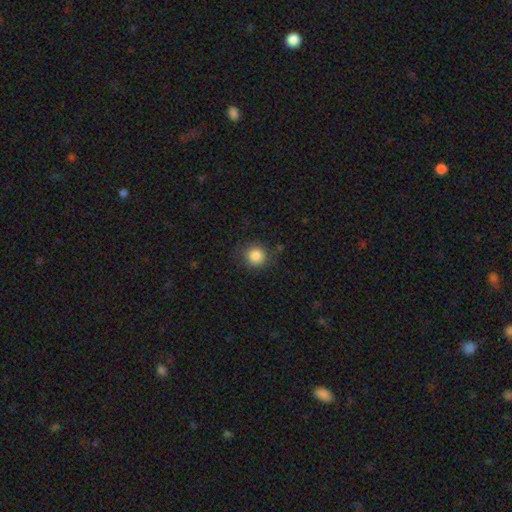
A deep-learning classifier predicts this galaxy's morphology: A smooth galaxy with no disk features (86%) that is round (91%). Merging: none (84%).